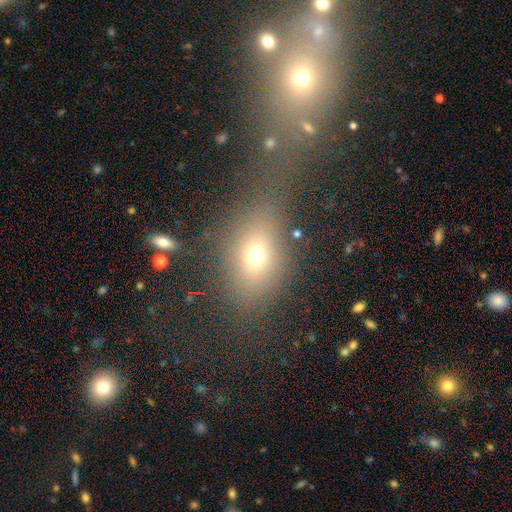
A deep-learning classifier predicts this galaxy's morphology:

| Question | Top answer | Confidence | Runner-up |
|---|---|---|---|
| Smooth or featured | smooth | 62% | star or artifact (21%) |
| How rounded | in between | 66% | round (28%) |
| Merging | none | 47% | merger (26%) |